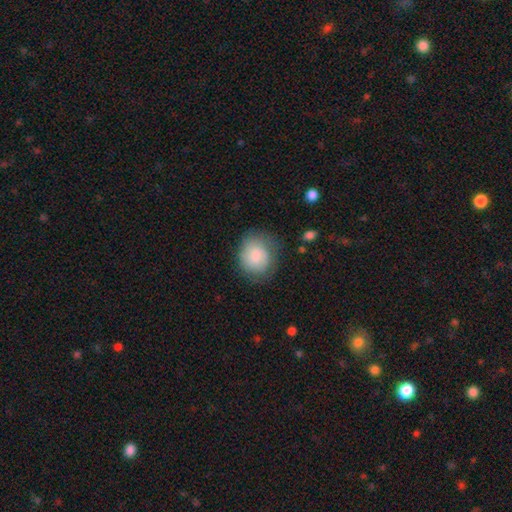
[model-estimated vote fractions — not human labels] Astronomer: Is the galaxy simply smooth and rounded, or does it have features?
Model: smooth — 81%.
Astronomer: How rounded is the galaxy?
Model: round — 69%.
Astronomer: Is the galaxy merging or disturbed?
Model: none — 69%.